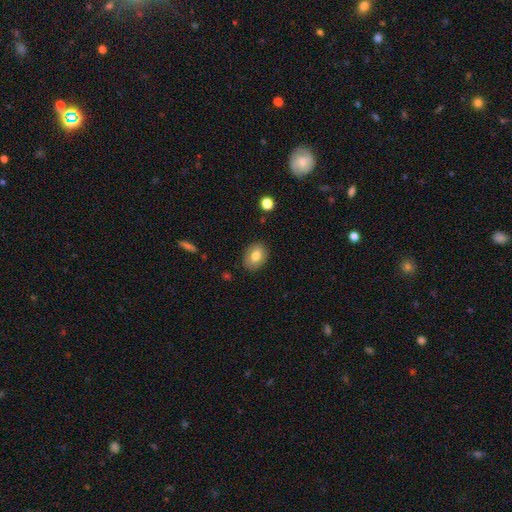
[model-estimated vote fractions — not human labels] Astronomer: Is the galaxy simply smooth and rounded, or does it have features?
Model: smooth — 76%.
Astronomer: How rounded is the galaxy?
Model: in between — 71%.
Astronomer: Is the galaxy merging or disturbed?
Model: none — 86%.